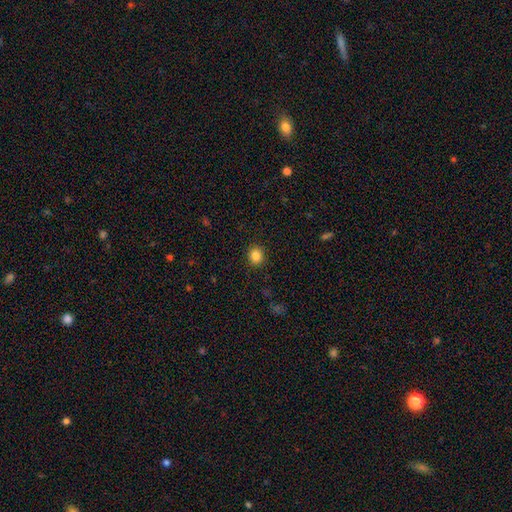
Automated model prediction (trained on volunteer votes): This appears to be a smooth galaxy with no disk features (85%) that is round (79%). Merging: none (90%).